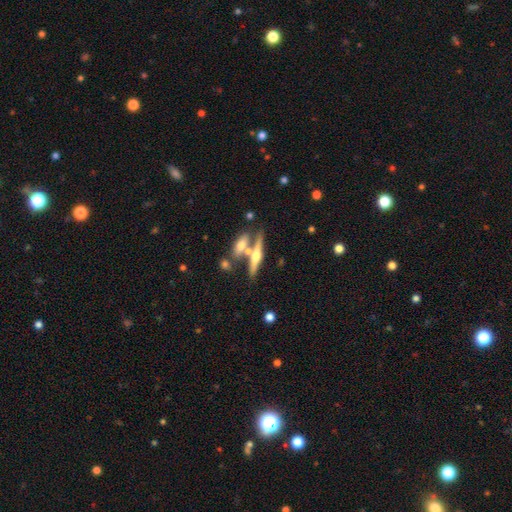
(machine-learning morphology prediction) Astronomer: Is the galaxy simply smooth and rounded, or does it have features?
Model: featured or disk — 61%.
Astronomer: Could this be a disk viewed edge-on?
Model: yes — 93%.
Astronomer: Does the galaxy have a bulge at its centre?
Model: rounded — 91%.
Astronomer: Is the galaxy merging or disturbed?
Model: none — 56%.